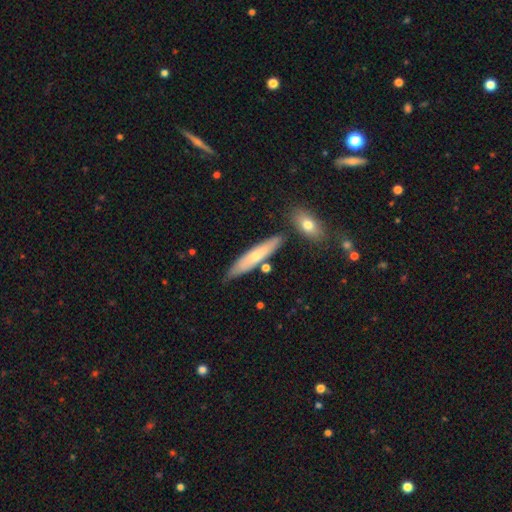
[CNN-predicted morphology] A smooth galaxy with no disk features (61%) that is cigar-shaped (84%). Merging: none (77%).